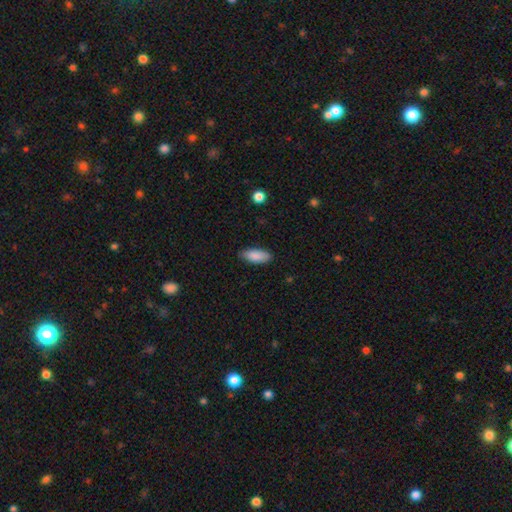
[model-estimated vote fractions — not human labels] Smooth or featured? Predicted: smooth (p=0.88). How rounded? Predicted: in between (p=0.84). Merging? Predicted: none (p=0.84).